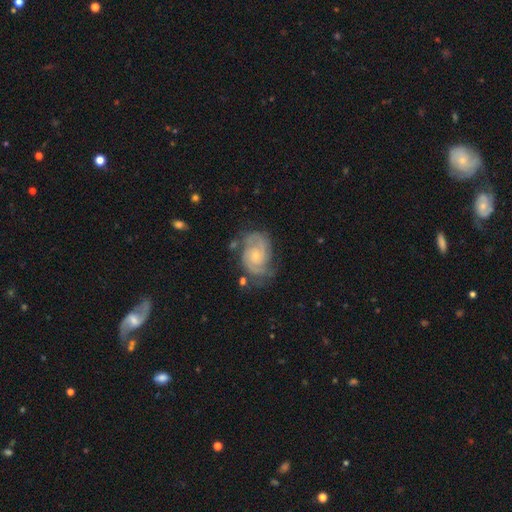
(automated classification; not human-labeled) featured or disk 88%, smooth 7%, star or artifact 5%. Down the decision tree: edge-on disk — no (98%); bar — no (69%); spiral arms — yes (97%); spiral arm count — 2 (76%); spiral winding — tight (51%); bulge size — small (68%); merging — none (68%).